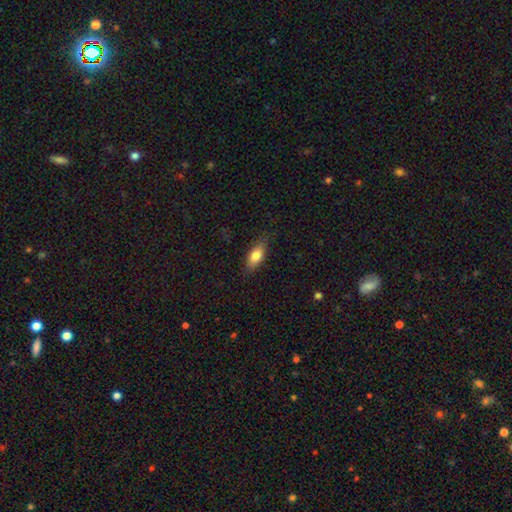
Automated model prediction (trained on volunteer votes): A smooth galaxy with no disk features (79%) that is in between round and cigar-shaped (77%).

Vote fractions:
- Smooth or featured? smooth: 79% / featured or disk: 14% / star or artifact: 7%
- How rounded? in between: 77% / cigar-shaped: 19% / round: 4%
- Merging? none: 80% / minor disturbance: 15% / major disturbance: 4% / merger: 1%